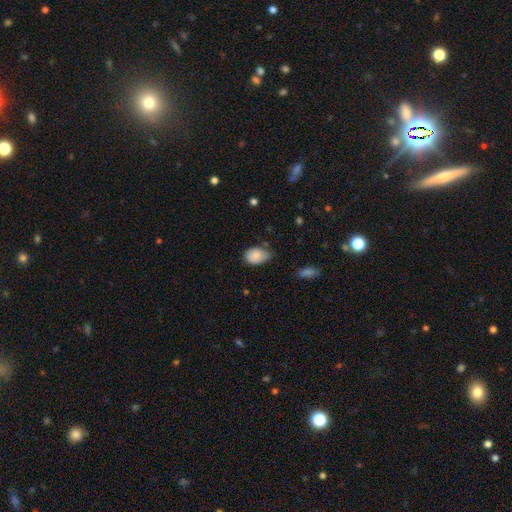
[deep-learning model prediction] Overall: smooth (82%). How rounded: in between (82%). Merging: none (59%; minor disturbance 34%).